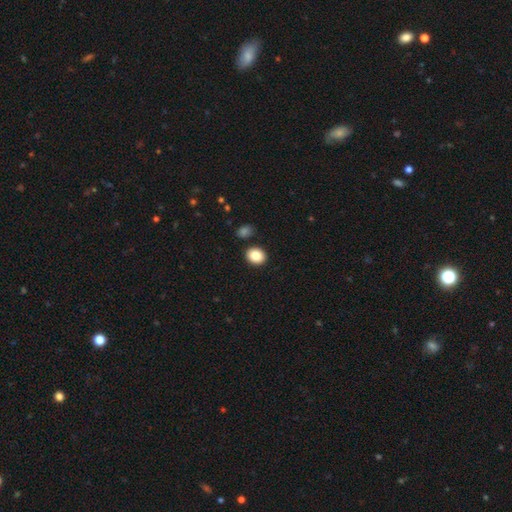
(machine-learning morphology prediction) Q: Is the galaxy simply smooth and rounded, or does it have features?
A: smooth — 86%.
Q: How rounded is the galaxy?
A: round — 56%.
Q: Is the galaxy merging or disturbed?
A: none — 87%.